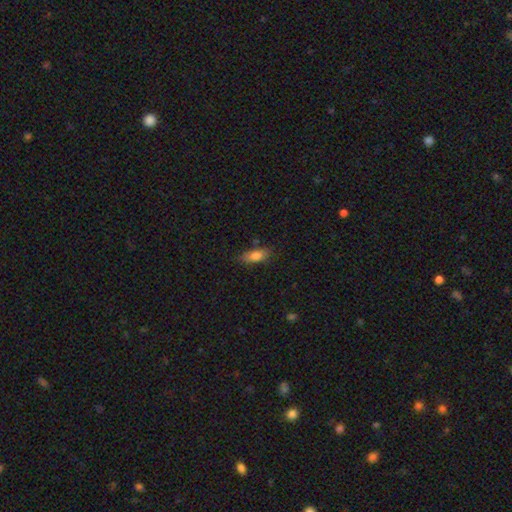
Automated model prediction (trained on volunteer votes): Smooth or featured?
  - smooth: 79% *
  - featured or disk: 13%
  - star or artifact: 8%
How rounded?
  - in between: 76% *
  - cigar-shaped: 20%
  - round: 4%
Merging?
  - none: 73% *
  - minor disturbance: 20%
  - major disturbance: 5%
  - merger: 3%